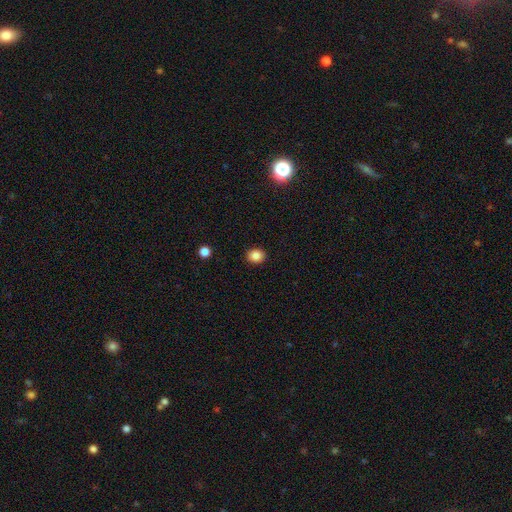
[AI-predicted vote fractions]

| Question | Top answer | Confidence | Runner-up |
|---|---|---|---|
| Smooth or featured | smooth | 86% | star or artifact (10%) |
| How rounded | round | 67% | in between (32%) |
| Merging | none | 91% | minor disturbance (6%) |